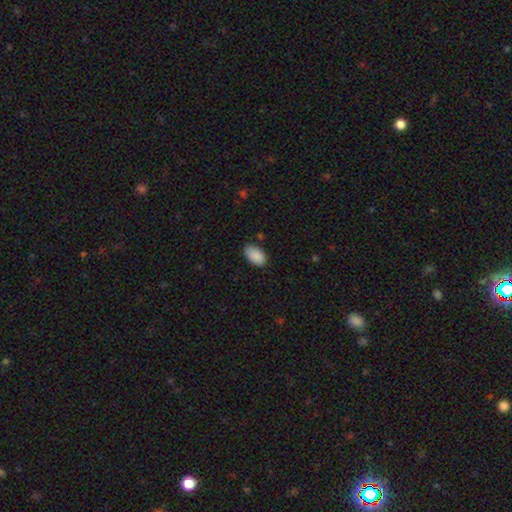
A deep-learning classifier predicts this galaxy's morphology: Smooth or featured? Predicted: smooth (p=0.90). How rounded? Predicted: in between (p=0.94). Merging? Predicted: none (p=0.81).